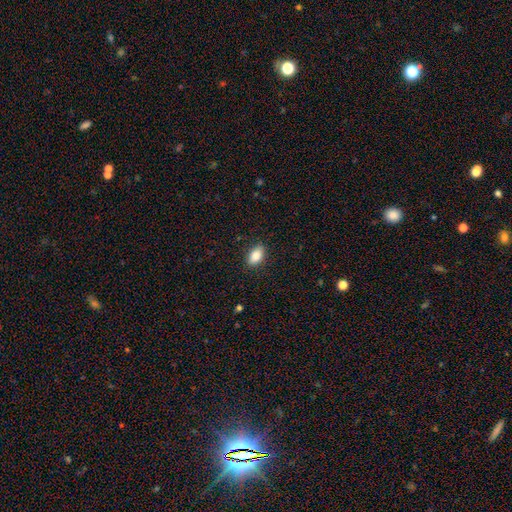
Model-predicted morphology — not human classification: Overall: smooth (86%). How rounded: in between (90%). Merging: none (87%).